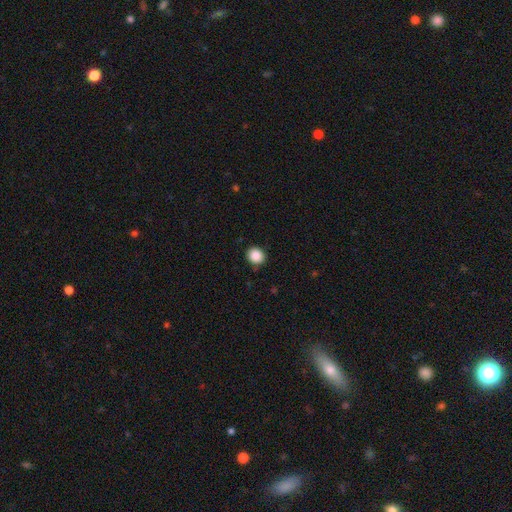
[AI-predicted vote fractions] Smooth or featured: smooth — 88% (star or artifact — 9%)
How rounded: round — 82% (in between — 17%)
Merging: none — 89% (minor disturbance — 8%)